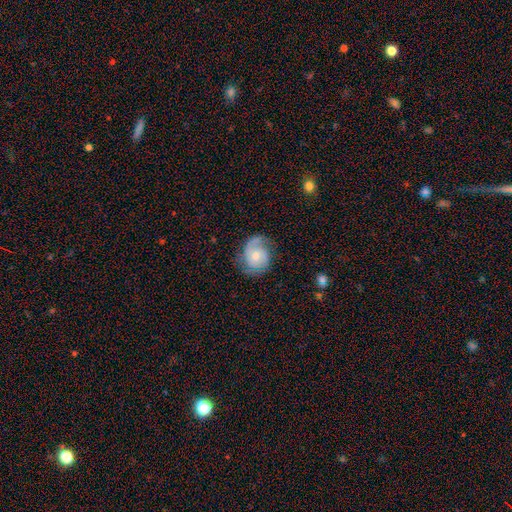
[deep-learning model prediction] smooth_or_featured: featured or disk (p=0.74) [alt: smooth p=0.20]
disk_edge_on: no (p=0.98) [alt: yes p=0.02]
bar: no (p=0.70) [alt: weak p=0.26]
has_spiral_arms: yes (p=0.93) [alt: no p=0.07]
spiral_winding: medium (p=0.42) [alt: tight p=0.39]
spiral_arm_count: 2 (p=0.63) [alt: 1 p=0.20]
bulge_size: small (p=0.47) [alt: moderate p=0.46]
merging: none (p=0.66) [alt: minor disturbance p=0.21]